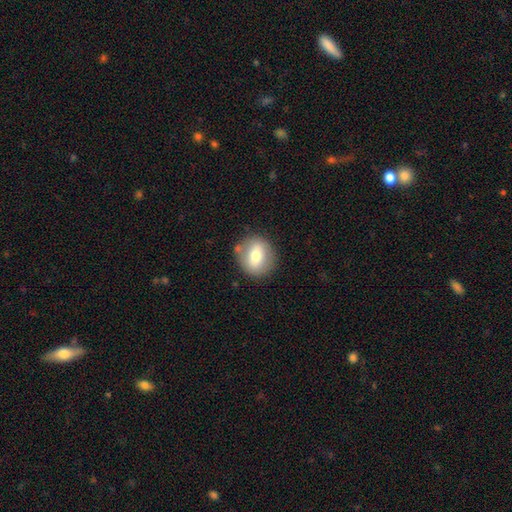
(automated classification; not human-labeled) This appears to be a smooth galaxy with no disk features (66%) that is round (76%). Merging: none (81%).